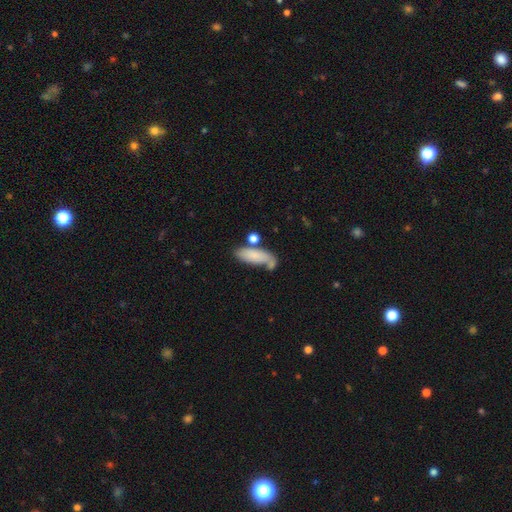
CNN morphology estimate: A smooth galaxy with no disk features (75%) that is in between round and cigar-shaped (70%).

Vote fractions:
- Smooth or featured? smooth: 75% / featured or disk: 18% / star or artifact: 7%
- How rounded? in between: 70% / cigar-shaped: 27% / round: 3%
- Merging? none: 49% / merger: 22% / minor disturbance: 20% / major disturbance: 9%